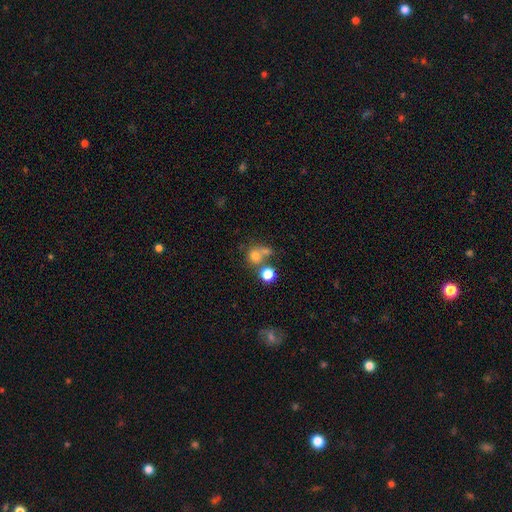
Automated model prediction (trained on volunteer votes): Smooth or featured?
  - smooth: 71% *
  - star or artifact: 16%
  - featured or disk: 13%
How rounded?
  - round: 84% *
  - in between: 15%
  - cigar-shaped: 1%
Merging?
  - none: 48% *
  - merger: 37%
  - minor disturbance: 9%
  - major disturbance: 5%